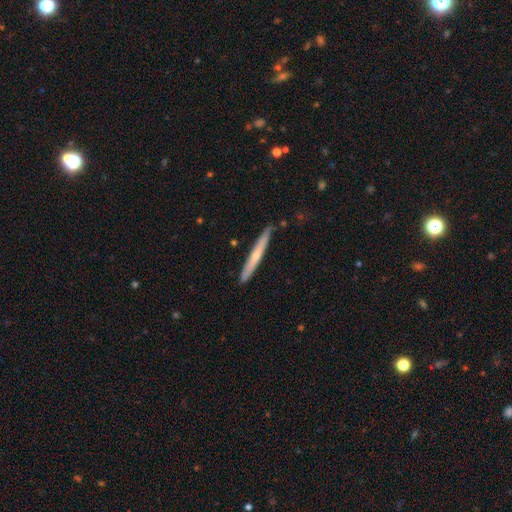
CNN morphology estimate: A featured or disk galaxy (49%).

Vote fractions:
- Smooth or featured? featured or disk: 49% / smooth: 46% / star or artifact: 5%
- Merging? none: 87% / minor disturbance: 10% / merger: 2% / major disturbance: 1%